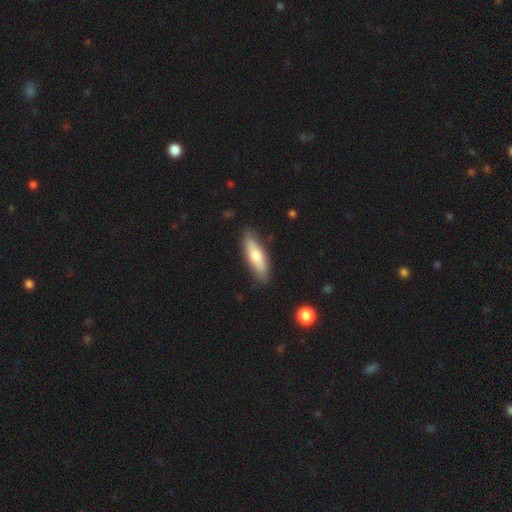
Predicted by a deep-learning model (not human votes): Overall: smooth (65%; featured or disk 30%). How rounded: cigar-shaped (52%; in between 46%). Merging: none (85%).